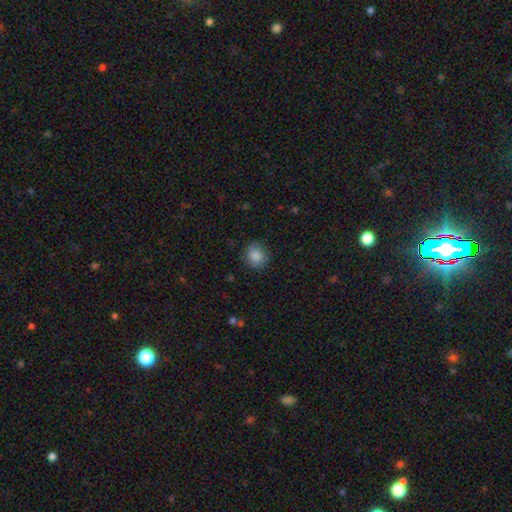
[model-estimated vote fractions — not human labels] smooth_or_featured: smooth (p=0.86) [alt: star or artifact p=0.09]
how_rounded: round (p=0.75) [alt: in between p=0.24]
merging: none (p=0.85) [alt: minor disturbance p=0.11]